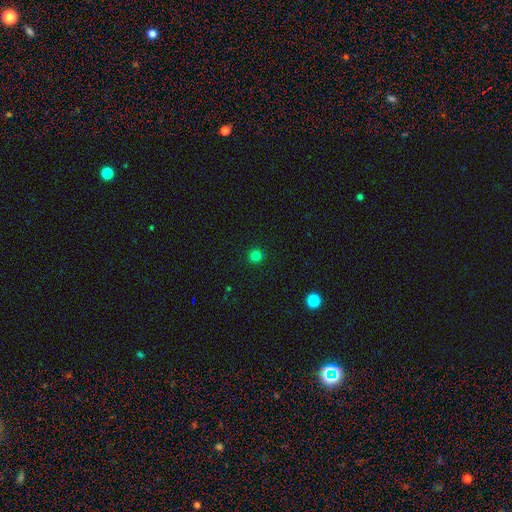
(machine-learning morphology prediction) Smooth or featured? Predicted: smooth (p=0.81). How rounded? Predicted: round (p=0.95). Merging? Predicted: none (p=0.92).